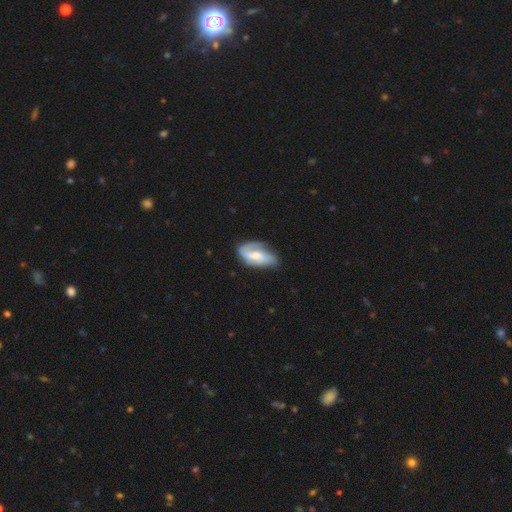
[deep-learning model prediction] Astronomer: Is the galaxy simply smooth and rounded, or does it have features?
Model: featured or disk — 58% (runner-up: smooth, 36%).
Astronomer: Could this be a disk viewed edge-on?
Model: no — 94%.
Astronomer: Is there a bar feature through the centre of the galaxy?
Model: weak — 41% (runner-up: no, 38%).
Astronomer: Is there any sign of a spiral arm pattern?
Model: yes — 82%.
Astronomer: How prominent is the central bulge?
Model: moderate — 47% (runner-up: small, 33%).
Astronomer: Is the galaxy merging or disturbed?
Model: none — 48% (runner-up: minor disturbance, 31%).